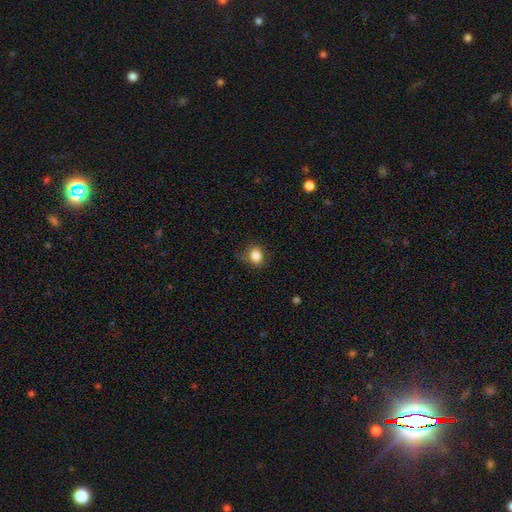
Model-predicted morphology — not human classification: This appears to be a smooth galaxy with no disk features (84%) that is round (59%). Merging: none (74%).